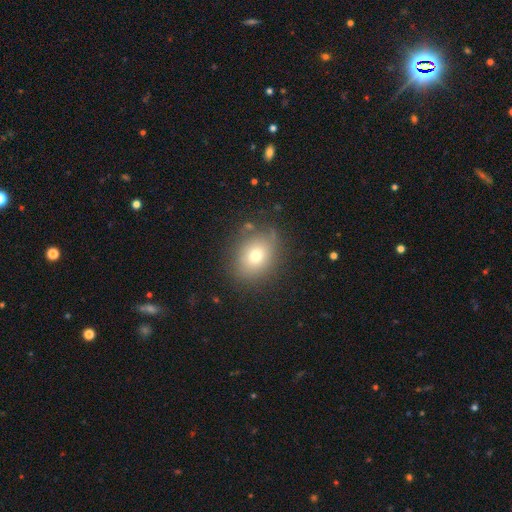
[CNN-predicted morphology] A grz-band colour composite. It shows a smooth galaxy with no disk features (72%) that is in between round and cigar-shaped (50%). Merging: none (81%).